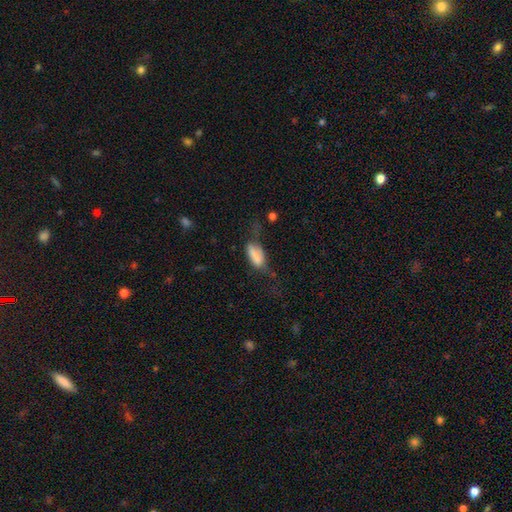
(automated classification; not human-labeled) This is likely a smooth galaxy (75%). How rounded: clearly in between (81%). Merging: marginally major disturbance (36%).